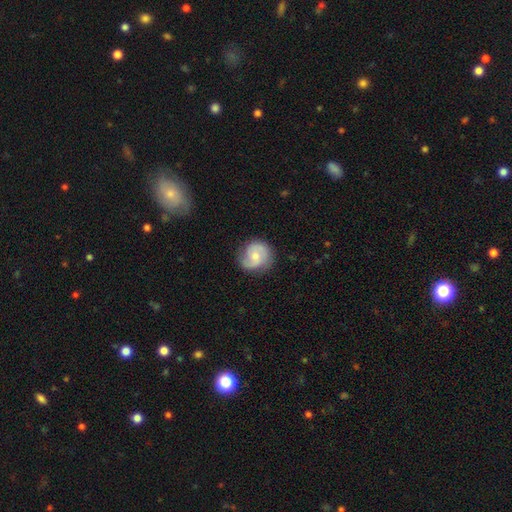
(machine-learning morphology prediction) A featured or disk galaxy (65%) with no bar (62%), 2 (80%) medium (47%) spiral arms (93%) and a moderate central bulge (47%, tied with small).

Vote fractions:
- Smooth or featured? featured or disk: 65% / smooth: 28% / star or artifact: 6%
- Edge-on disk? no: 98% / yes: 2%
- Bar? no: 62% / weak: 34% / strong: 5%
- Spiral arms? yes: 93% / no: 7%
- Spiral winding? medium: 47% / tight: 34% / loose: 19%
- Spiral arm count? 2: 80% / can't tell: 8% / 1: 5% / 3: 4% / 4: 1% / more than 4: 1%
- Bulge size? moderate: 47% (tied) / small: 47% (tied) / none: 3% / large: 2% / dominant: 1%
- Merging? none: 78% / minor disturbance: 16% / major disturbance: 5% / merger: 1%